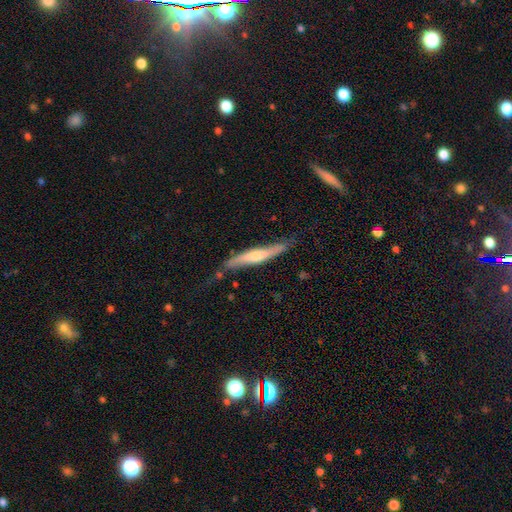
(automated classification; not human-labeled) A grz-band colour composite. It shows a featured or disk galaxy (55%) viewed edge-on (84%). Merging: none (67%).